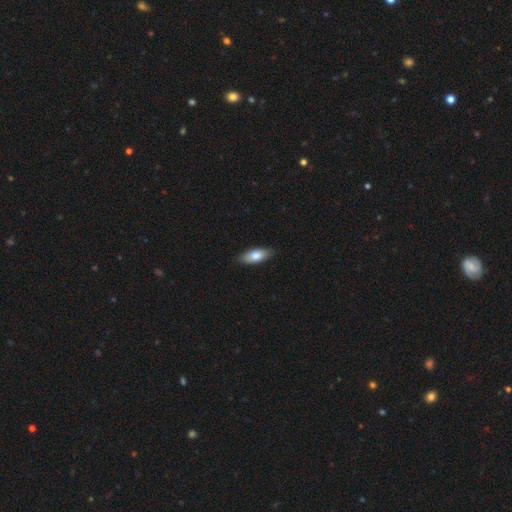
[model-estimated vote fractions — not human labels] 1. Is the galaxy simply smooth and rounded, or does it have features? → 78% smooth, 16% featured or disk, 6% star or artifact.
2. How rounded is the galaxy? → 79% in between, 19% cigar-shaped, 2% round.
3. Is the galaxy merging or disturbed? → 88% none, 9% minor disturbance, 2% major disturbance, 1% merger.